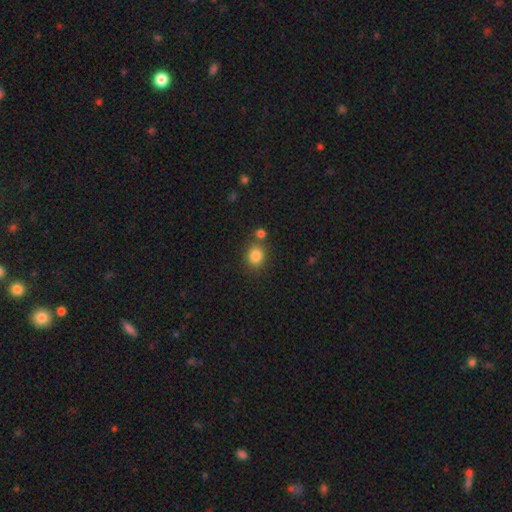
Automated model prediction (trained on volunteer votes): smooth 84%, star or artifact 11%, featured or disk 5%. Down the decision tree: how rounded — round (69%); merging — none (72%).